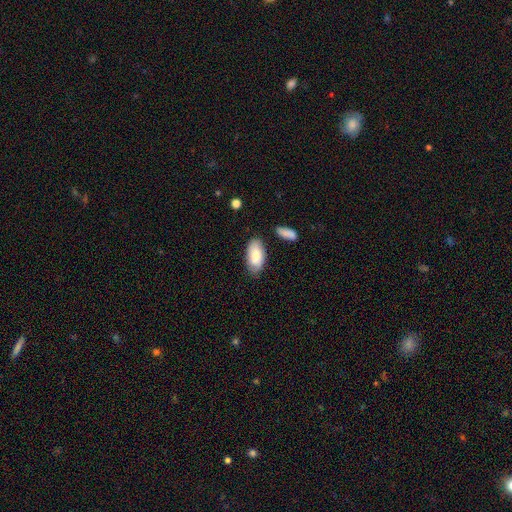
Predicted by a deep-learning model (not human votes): A smooth galaxy with no disk features (84%) that is in between round and cigar-shaped (94%).

Vote fractions:
- Smooth or featured? smooth: 84% / featured or disk: 10% / star or artifact: 6%
- How rounded? in between: 94% / cigar-shaped: 4% / round: 2%
- Merging? none: 72% / minor disturbance: 19% / merger: 5% / major disturbance: 4%